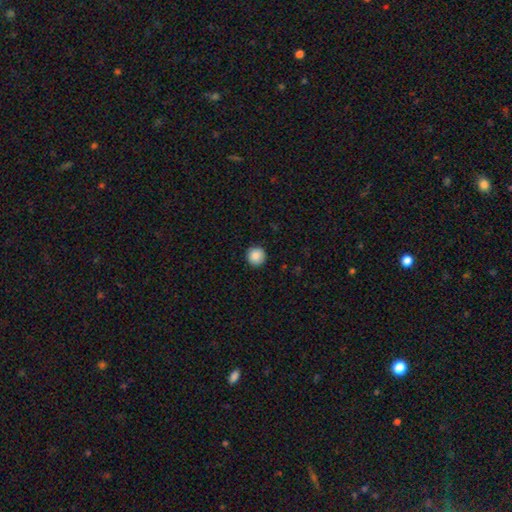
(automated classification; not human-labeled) smooth_or_featured: smooth (p=0.88) [alt: star or artifact p=0.08]
how_rounded: round (p=0.96) [alt: in between p=0.03]
merging: none (p=0.92) [alt: minor disturbance p=0.05]